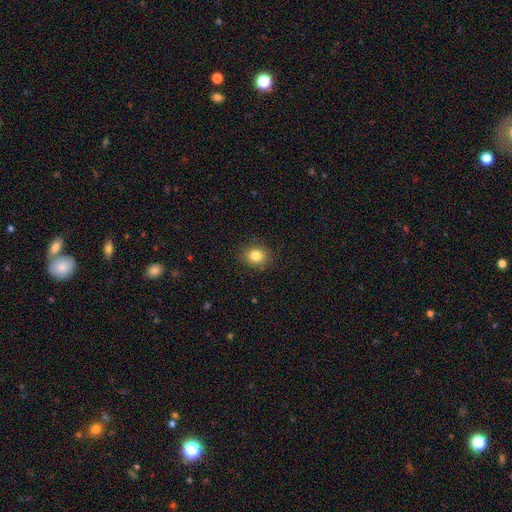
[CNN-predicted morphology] This is clearly a smooth galaxy (83%). How rounded: likely round (68%). Merging: clearly none (88%).